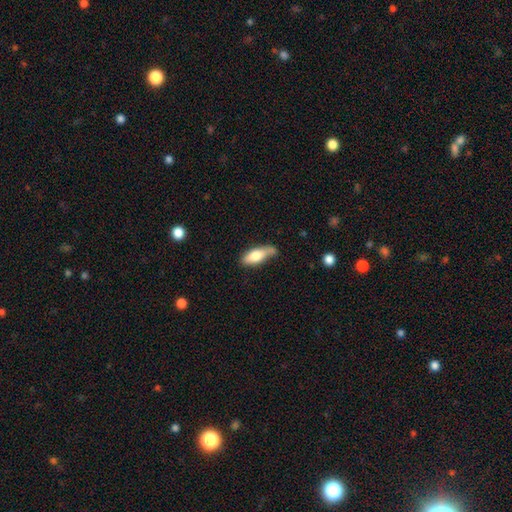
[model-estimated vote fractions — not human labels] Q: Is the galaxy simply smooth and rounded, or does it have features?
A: smooth — 72%.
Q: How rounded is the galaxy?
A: in between — 71%.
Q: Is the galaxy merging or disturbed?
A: none — 48%.